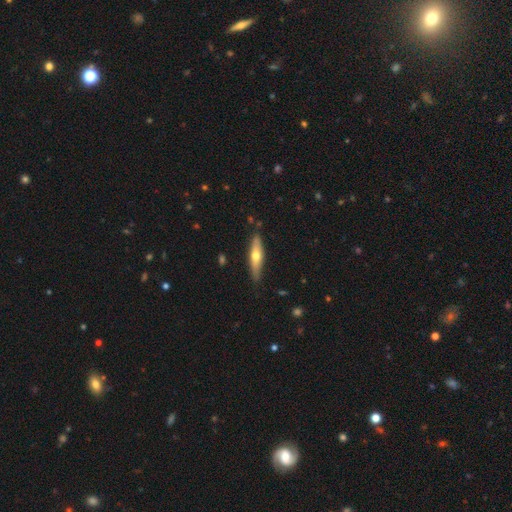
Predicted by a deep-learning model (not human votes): Smooth or featured: featured or disk — 50% (smooth — 45%)
Merging: none — 86% (minor disturbance — 11%)